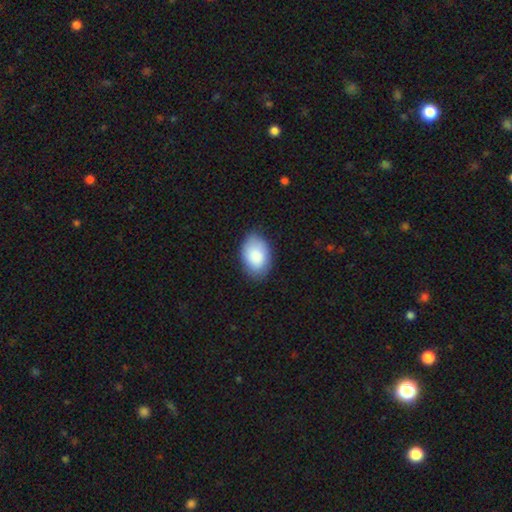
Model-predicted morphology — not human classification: Smooth or featured? smooth (87%)
How rounded? in between (89%)
Merging? none (79%)